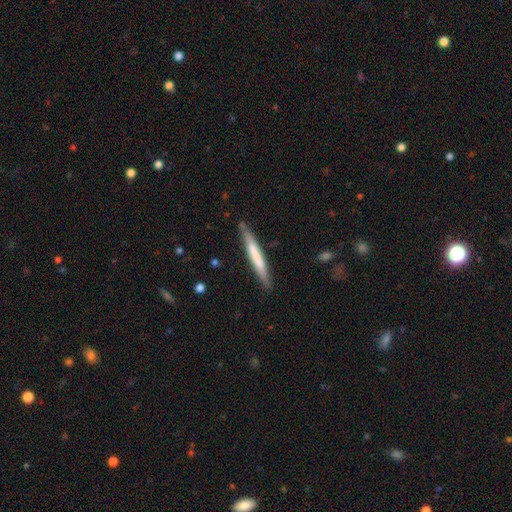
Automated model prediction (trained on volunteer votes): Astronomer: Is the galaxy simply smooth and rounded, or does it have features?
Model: smooth — 60% (runner-up: featured or disk, 35%).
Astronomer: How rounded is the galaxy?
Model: cigar-shaped — 96%.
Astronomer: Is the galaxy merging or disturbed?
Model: none — 86%.